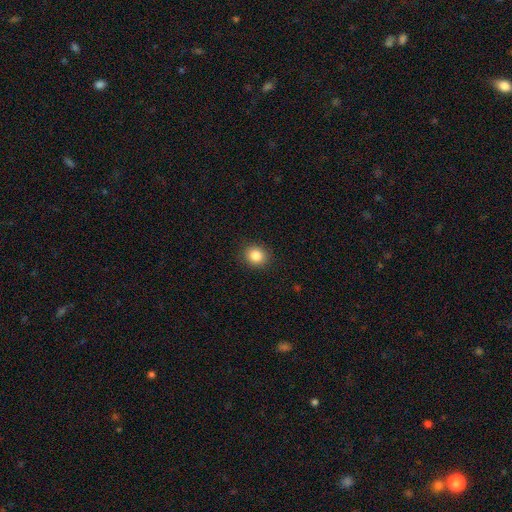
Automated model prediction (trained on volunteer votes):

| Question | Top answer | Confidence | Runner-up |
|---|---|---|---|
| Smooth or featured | smooth | 85% | star or artifact (10%) |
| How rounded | round | 76% | in between (23%) |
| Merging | none | 90% | minor disturbance (7%) |